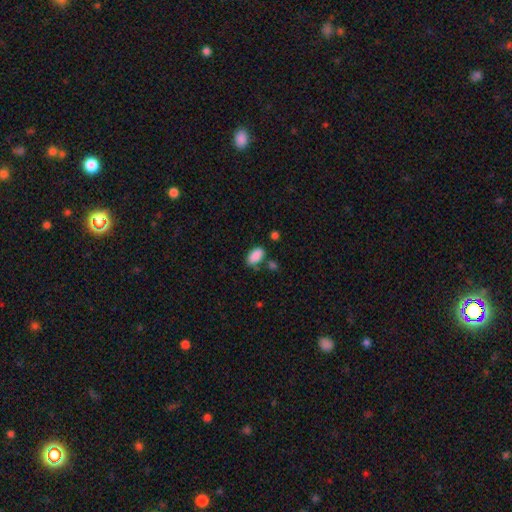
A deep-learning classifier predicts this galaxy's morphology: A smooth galaxy with no disk features (88%) that is in between round and cigar-shaped (94%). Merging: none (71%).